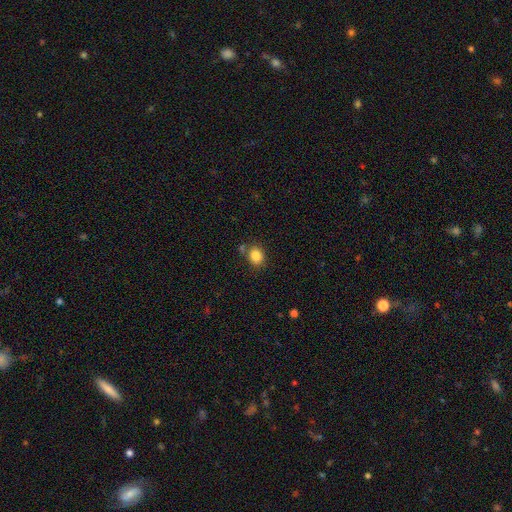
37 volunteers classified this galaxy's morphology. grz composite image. It shows a smooth galaxy with no disk features (89%) that is round (82%). Merging: none (83%).